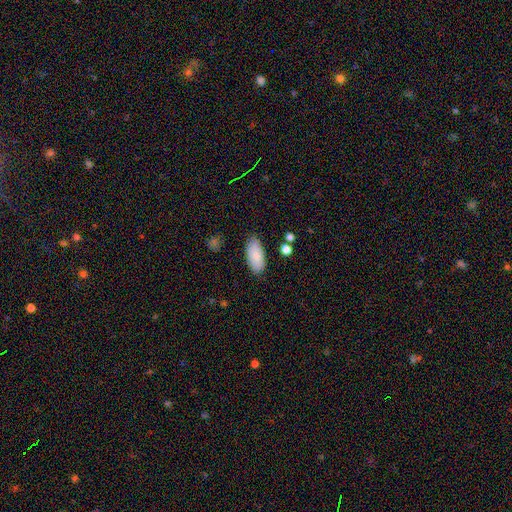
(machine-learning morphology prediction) Smooth or featured: smooth — 85% (featured or disk — 9%)
How rounded: in between — 91% (cigar-shaped — 7%)
Merging: none — 84% (minor disturbance — 12%)